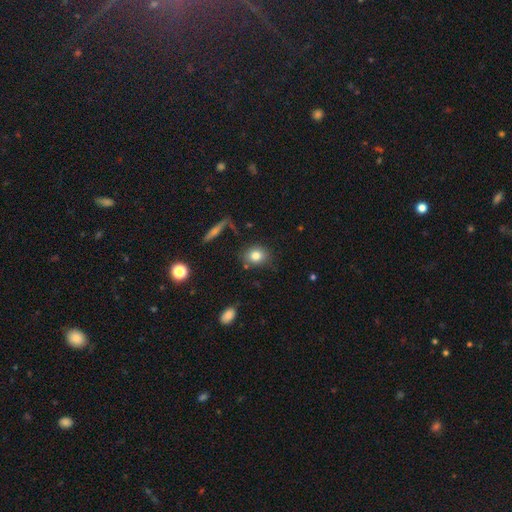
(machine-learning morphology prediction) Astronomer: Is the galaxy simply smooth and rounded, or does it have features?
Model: smooth — 81%.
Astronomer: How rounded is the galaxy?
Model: round — 61% (runner-up: in between, 37%).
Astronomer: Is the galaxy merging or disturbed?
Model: none — 78%.